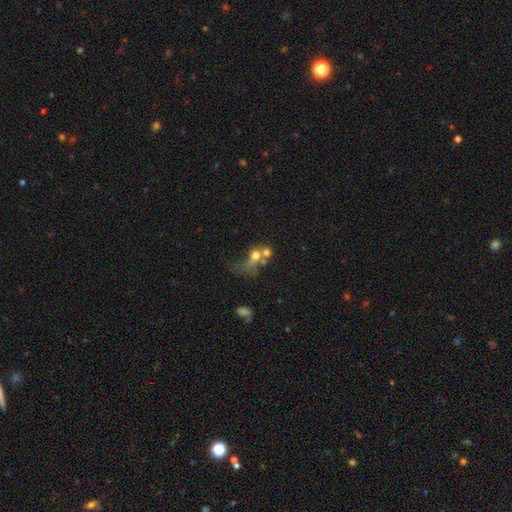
Smooth or featured? smooth (47%)
How rounded? round (72%)
Merging? merger (43%)